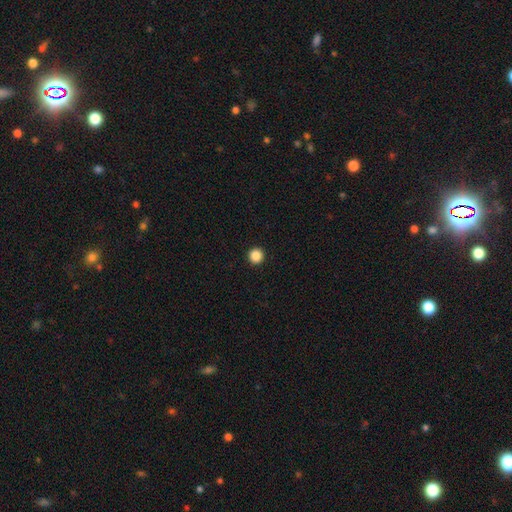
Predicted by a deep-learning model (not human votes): Smooth or featured? smooth (87%)
How rounded? round (96%)
Merging? none (94%)